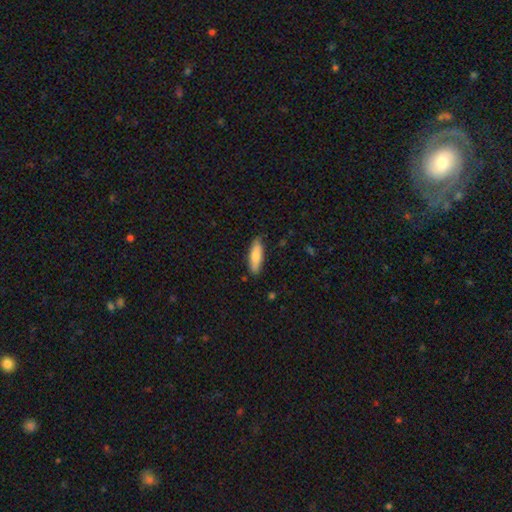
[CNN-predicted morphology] smooth 77%, featured or disk 18%, star or artifact 6%. Down the decision tree: how rounded — cigar-shaped (51%); merging — none (82%).